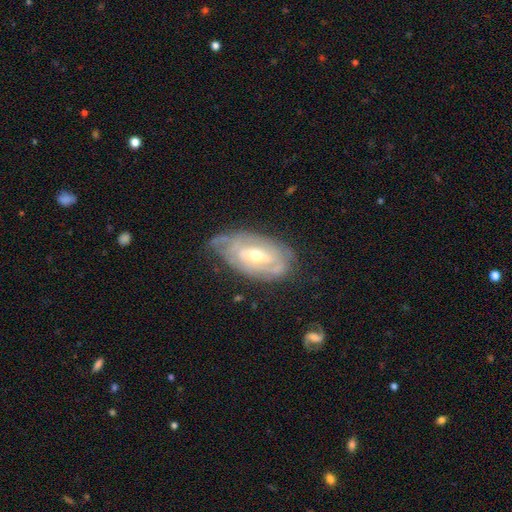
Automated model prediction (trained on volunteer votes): This is likely a featured or disk galaxy (79%). It is clearly not viewed edge-on (93%). Bar: marginally weak (42%). Spiral arm pattern: clearly yes (83%). Spiral arm count: possibly can't tell (49%). Spiral winding: likely tight (66%). Central bulge: possibly moderate (56%). Merging: possibly none (59%).